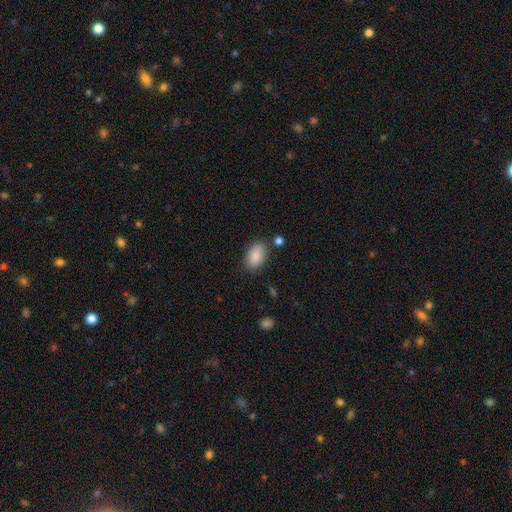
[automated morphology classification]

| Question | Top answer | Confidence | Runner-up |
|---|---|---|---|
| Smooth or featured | smooth | 88% | star or artifact (7%) |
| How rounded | in between | 90% | round (9%) |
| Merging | none | 82% | minor disturbance (11%) |